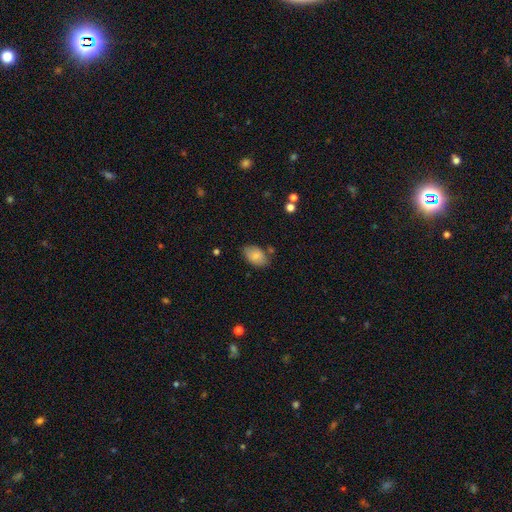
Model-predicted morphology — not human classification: Overall: smooth (83%). How rounded: in between (89%). Merging: none (74%).